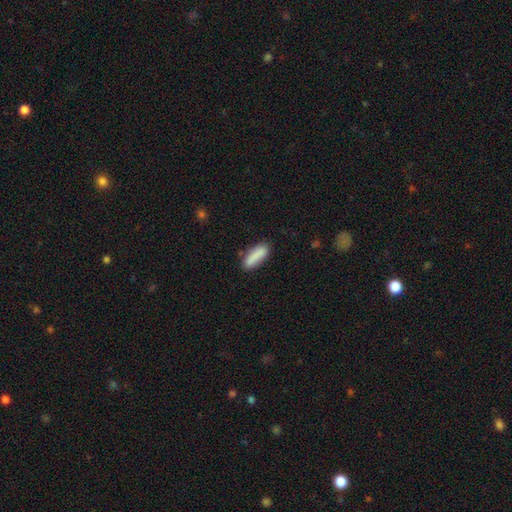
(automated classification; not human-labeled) Morphology: type=smooth (86%); roundness=in between (51%); merging=none (78%).